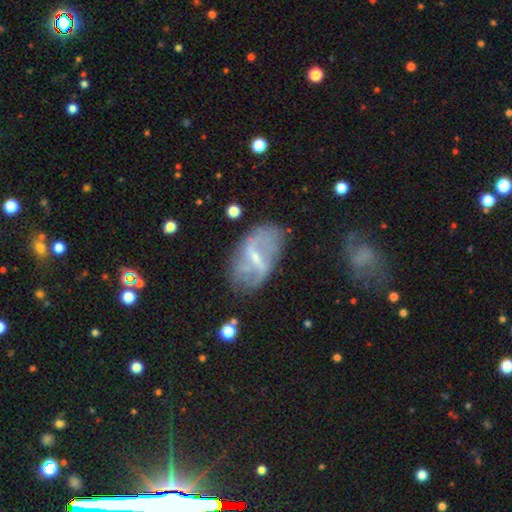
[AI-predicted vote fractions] smooth_or_featured: featured or disk (p=0.72) [alt: smooth p=0.20]
disk_edge_on: no (p=0.93) [alt: yes p=0.07]
bar: weak (p=0.45) [alt: strong p=0.41]
has_spiral_arms: yes (p=0.67) [alt: no p=0.33]
bulge_size: small (p=0.63) [alt: moderate p=0.23]
merging: none (p=0.61) [alt: minor disturbance p=0.22]